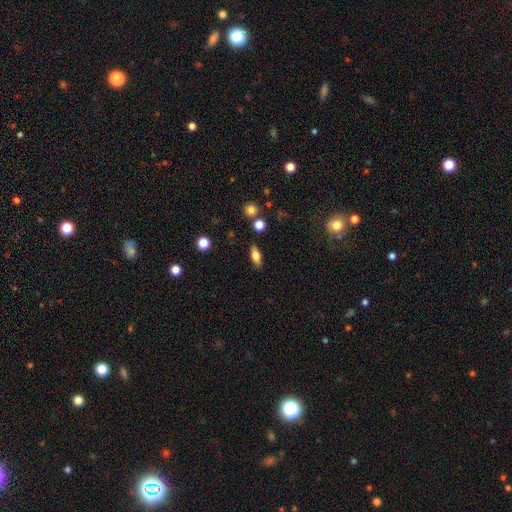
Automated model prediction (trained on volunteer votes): Smooth or featured? smooth (69%)
How rounded? in between (77%)
Merging? none (85%)